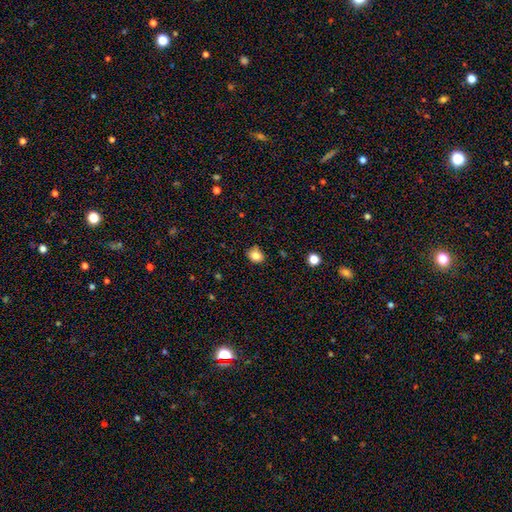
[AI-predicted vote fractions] smooth 82%, star or artifact 12%, featured or disk 6%. Down the decision tree: how rounded — round (58%); merging — none (76%).